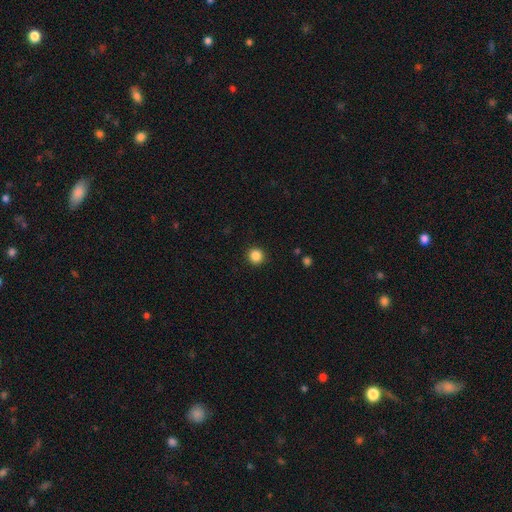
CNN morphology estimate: This appears to be a smooth galaxy with no disk features (85%) that is round (95%). Merging: none (93%).